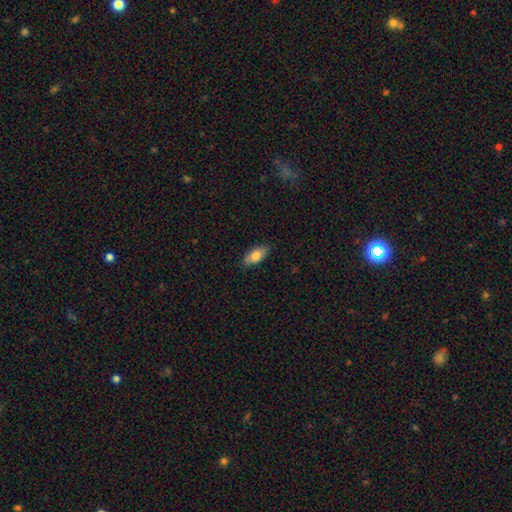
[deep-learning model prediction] The model was most divided on "smooth or featured": smooth: 79%, featured or disk: 14%, star or artifact: 6%. More confident: how rounded — in between (87%); merging — none (85%).